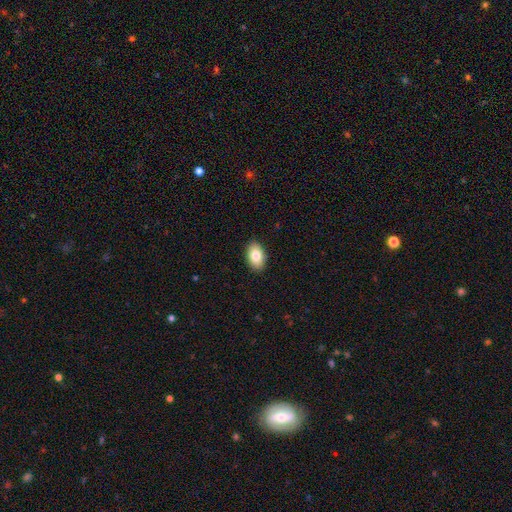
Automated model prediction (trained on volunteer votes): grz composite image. It shows a smooth galaxy with no disk features (83%) that is in between round and cigar-shaped (91%). Merging: none (90%).